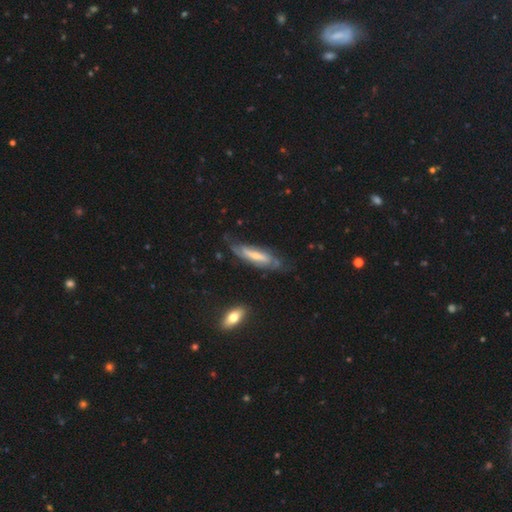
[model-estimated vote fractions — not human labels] smooth_or_featured: featured or disk (p=0.72) [alt: smooth p=0.22]
disk_edge_on: no (p=0.69) [alt: yes p=0.31]
merging: none (p=0.58) [alt: minor disturbance p=0.27]